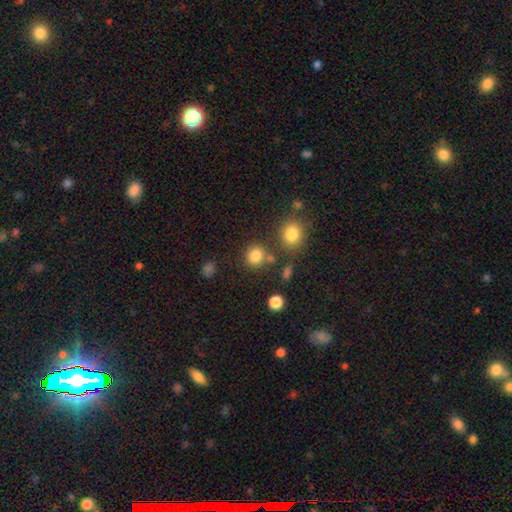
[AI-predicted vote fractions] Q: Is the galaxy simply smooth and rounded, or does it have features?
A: smooth — 82%.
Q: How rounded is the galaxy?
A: round — 84%.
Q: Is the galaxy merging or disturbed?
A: none — 73%.